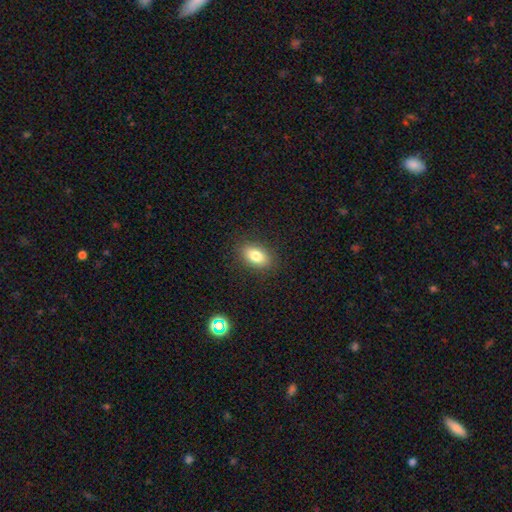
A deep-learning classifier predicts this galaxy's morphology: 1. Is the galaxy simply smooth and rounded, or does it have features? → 81% smooth, 10% featured or disk, 9% star or artifact.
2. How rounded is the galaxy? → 89% in between, 8% round, 3% cigar-shaped.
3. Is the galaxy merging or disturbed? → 87% none, 9% minor disturbance, 3% major disturbance, 1% merger.